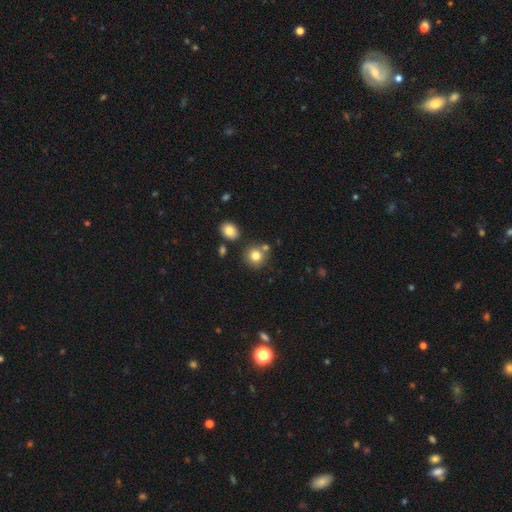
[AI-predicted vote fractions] The model was most divided on "merging": none: 74%, merger: 13%, minor disturbance: 10%, major disturbance: 3%. More confident: how rounded — round (88%); smooth or featured — smooth (81%).